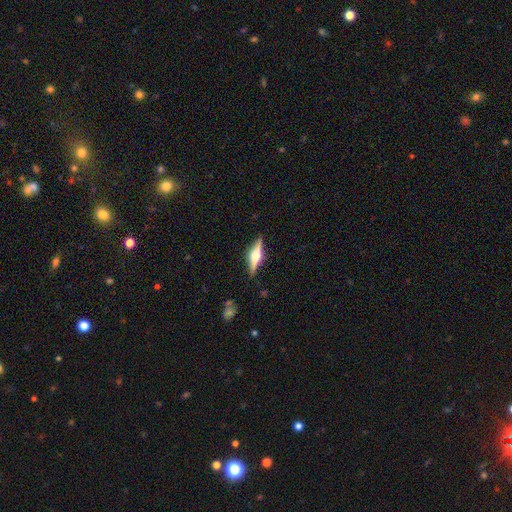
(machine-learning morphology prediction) smooth-or-featured: featured or disk: 73% | smooth: 20% | star or artifact: 6%
  disk-edge-on: yes: 97% | no: 3%
    edge-on-bulge: rounded: 92% | boxy: 6% | none: 2%
  merging: none: 87% | minor disturbance: 9% | major disturbance: 2% | merger: 1%